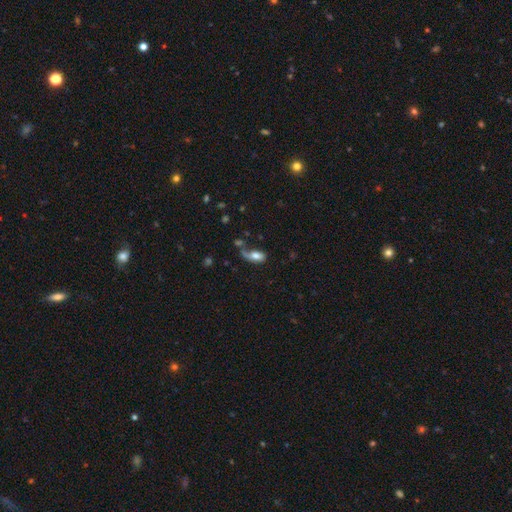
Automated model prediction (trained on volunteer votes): This is likely a smooth galaxy (67%). How rounded: clearly in between (86%). Merging: marginally none (34%).